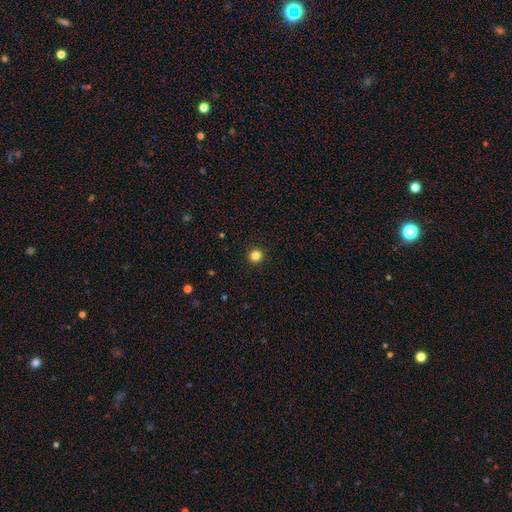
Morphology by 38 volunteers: Smooth or featured?
  - smooth: 87% *
  - star or artifact: 8%
  - featured or disk: 5%
How rounded?
  - round: 97% *
  - in between: 3%
  - cigar-shaped: 0%
Merging?
  - none: 100% *
  - minor disturbance: 0%
  - major disturbance: 0%
  - merger: 0%